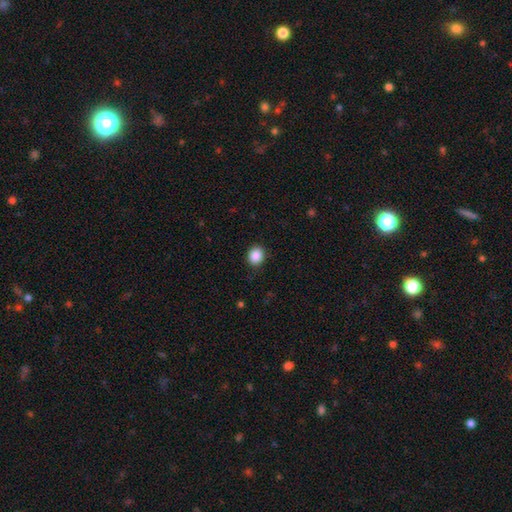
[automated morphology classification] smooth 88%, star or artifact 9%, featured or disk 3%. Down the decision tree: how rounded — round (73%); merging — none (88%).